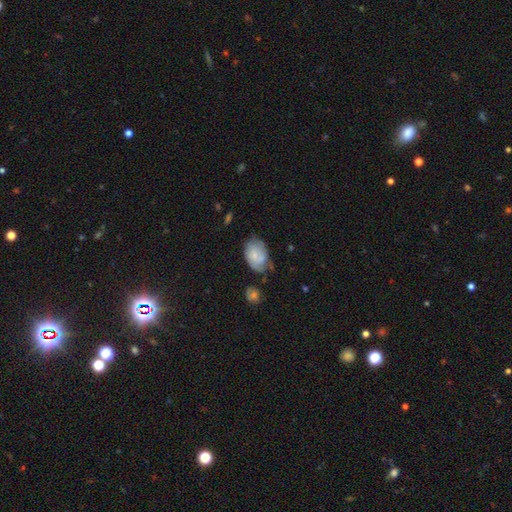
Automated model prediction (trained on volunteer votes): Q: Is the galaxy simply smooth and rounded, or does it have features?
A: smooth — 62%.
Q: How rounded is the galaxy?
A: in between — 85%.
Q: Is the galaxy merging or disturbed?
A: none — 51%.